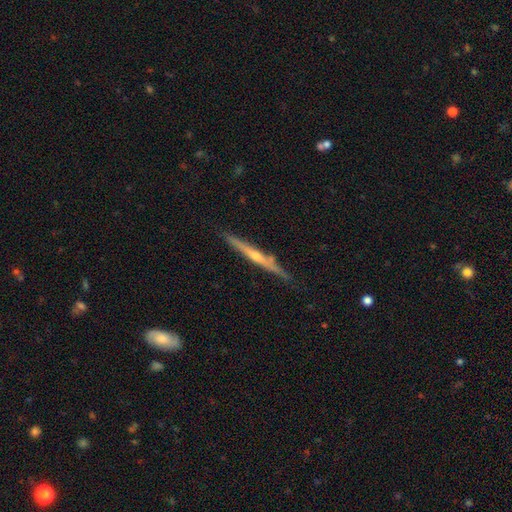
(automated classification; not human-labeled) Morphology: type=featured or disk (71%); edge-on=yes (97%); edge-on bulge=rounded (67%); merging=none (84%).